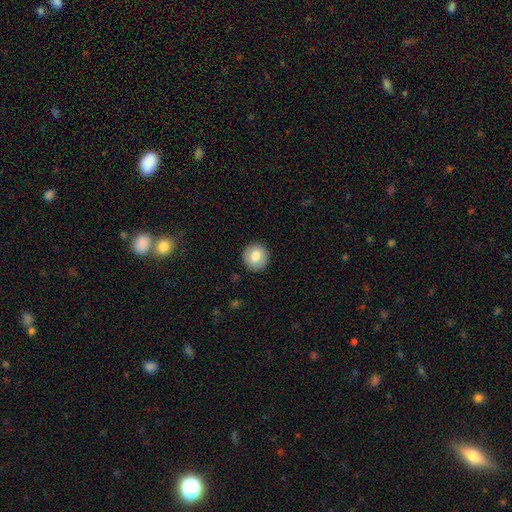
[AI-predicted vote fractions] A smooth galaxy with no disk features (77%) that is round (91%).

Vote fractions:
- Smooth or featured? smooth: 77% / featured or disk: 15% / star or artifact: 8%
- How rounded? round: 91% / in between: 8% / cigar-shaped: 1%
- Merging? none: 90% / minor disturbance: 7% / major disturbance: 2% / merger: 1%